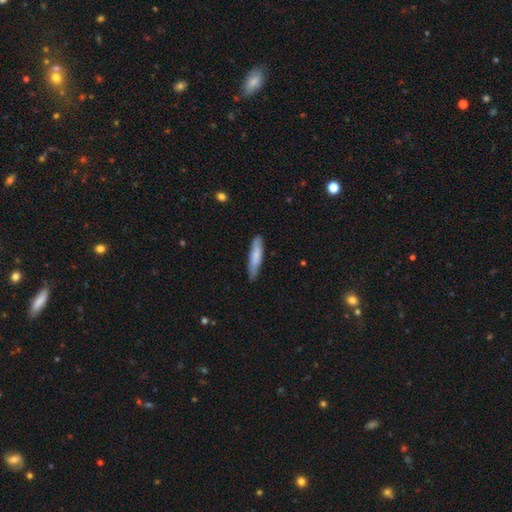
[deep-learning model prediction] A smooth galaxy with no disk features (75%) that is cigar-shaped (84%).

Vote fractions:
- Smooth or featured? smooth: 75% / featured or disk: 19% / star or artifact: 5%
- How rounded? cigar-shaped: 84% / in between: 15% / round: 1%
- Merging? none: 83% / minor disturbance: 14% / major disturbance: 2% / merger: 1%